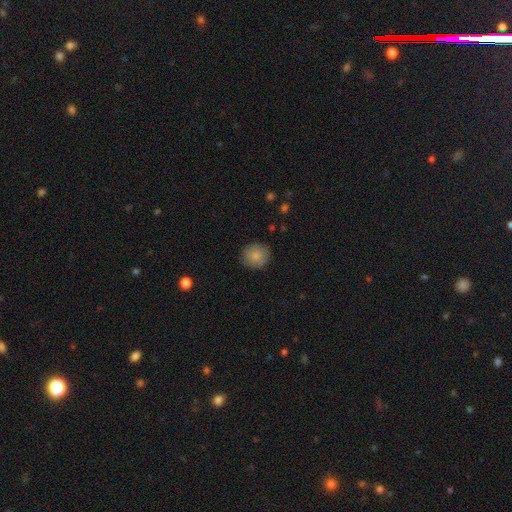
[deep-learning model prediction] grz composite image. It shows a smooth galaxy with no disk features (83%) that is round (86%). Merging: none (85%).